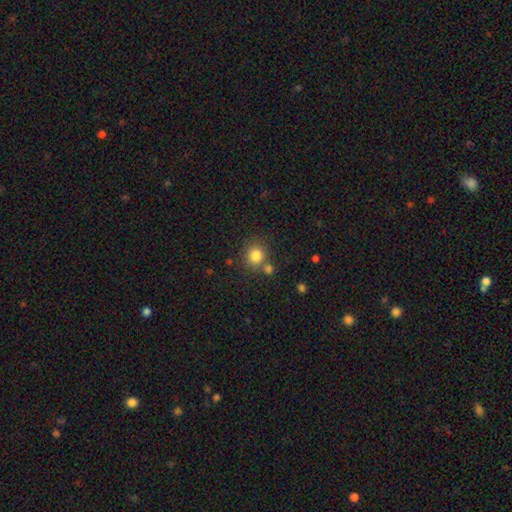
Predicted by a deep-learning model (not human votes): Smooth or featured: smooth — 82% (star or artifact — 12%)
How rounded: round — 88% (in between — 11%)
Merging: none — 70% (merger — 17%)